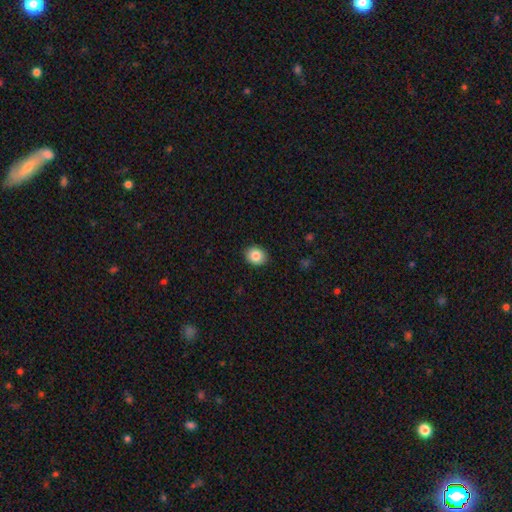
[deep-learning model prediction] Smooth or featured?
  - smooth: 85% *
  - star or artifact: 9%
  - featured or disk: 6%
How rounded?
  - round: 64% *
  - in between: 35%
  - cigar-shaped: 1%
Merging?
  - none: 90% *
  - minor disturbance: 7%
  - major disturbance: 2%
  - merger: 1%